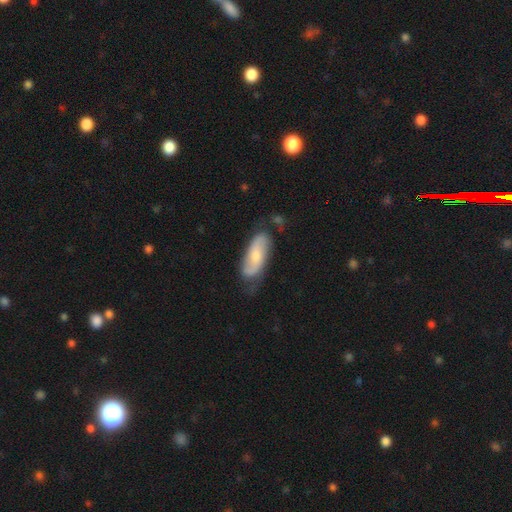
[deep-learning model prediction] Smooth or featured? Predicted: featured or disk (p=0.50). Edge-on disk? Predicted: no (p=0.87). Merging? Predicted: none (p=0.61).